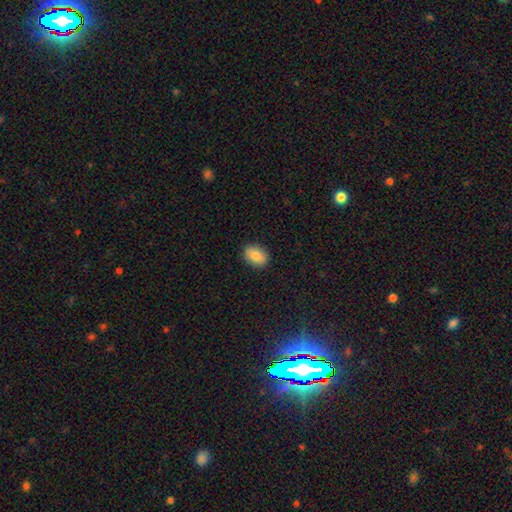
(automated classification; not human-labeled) The model was most divided on "how rounded": in between: 75%, round: 23%, cigar-shaped: 1%. More confident: merging — none (89%); smooth or featured — smooth (83%).